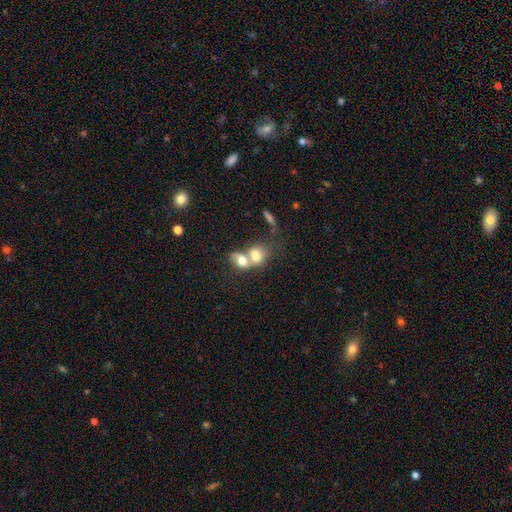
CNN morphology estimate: Smooth or featured? smooth (68%)
How rounded? in between (59%)
Merging? merger (77%)